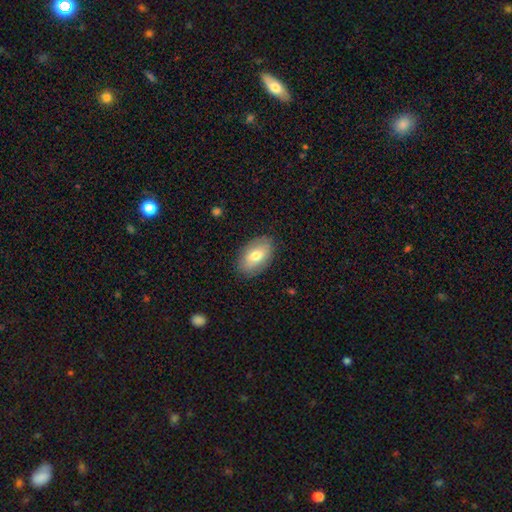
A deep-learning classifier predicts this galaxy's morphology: Overall: smooth (70%). How rounded: in between (92%). Merging: none (85%).